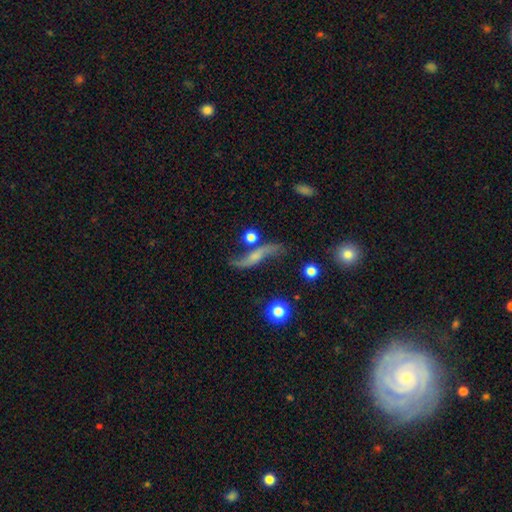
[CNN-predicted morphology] type=featured or disk (76%); edge-on=no (82%); bar=no (55%); spiral arms=yes (92%); winding=loose (93%); arm count=2 (92%); bulge=small (42%); merging=none (58%).